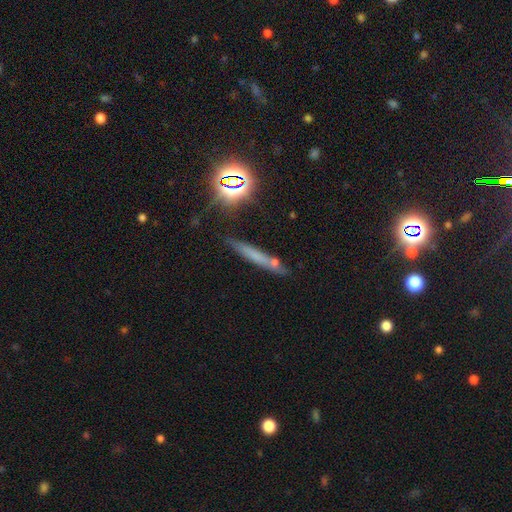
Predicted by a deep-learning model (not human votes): smooth 52%, featured or disk 26%, star or artifact 22%. Down the decision tree: how rounded — cigar-shaped (90%); merging — none (75%).